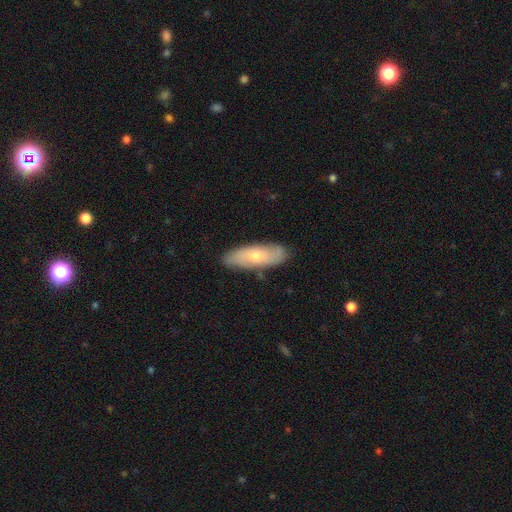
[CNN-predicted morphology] smooth_or_featured: smooth (p=0.58) [alt: featured or disk p=0.36]
how_rounded: in between (p=0.60) [alt: cigar-shaped p=0.37]
merging: none (p=0.82) [alt: minor disturbance p=0.14]